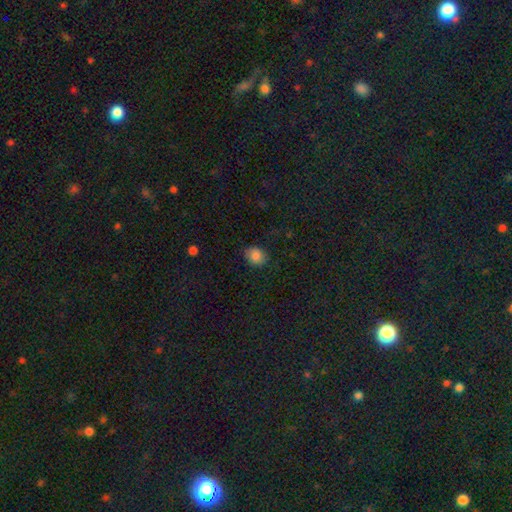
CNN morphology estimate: smooth 85%, star or artifact 10%, featured or disk 5%. Down the decision tree: how rounded — round (57%); merging — none (84%).